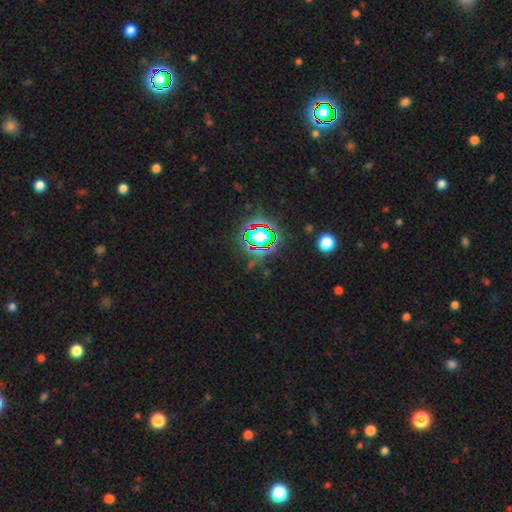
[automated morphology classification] This is clearly a star or artifact rather than a galaxy (80%).